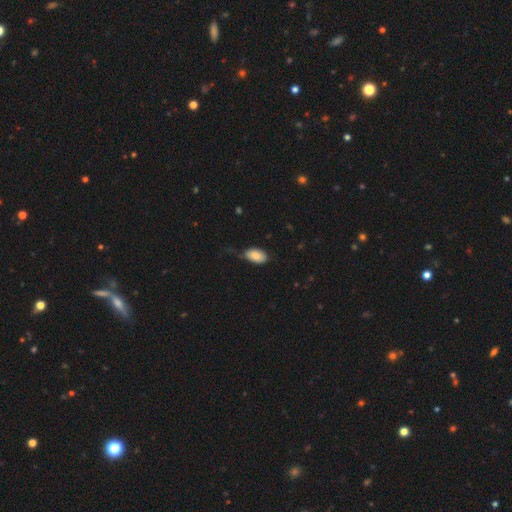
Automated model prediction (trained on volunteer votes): smooth 85%, featured or disk 8%, star or artifact 7%. Down the decision tree: how rounded — in between (94%); merging — none (62%).